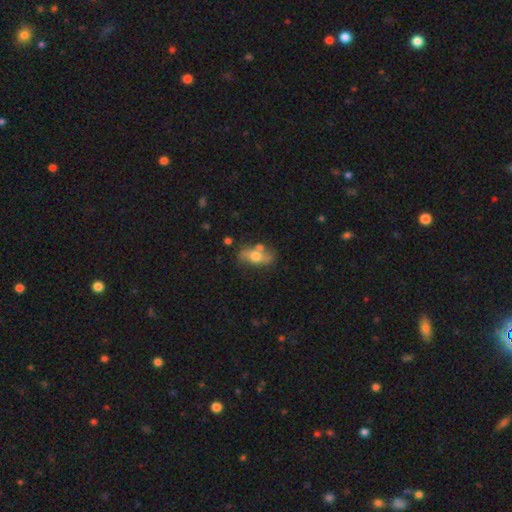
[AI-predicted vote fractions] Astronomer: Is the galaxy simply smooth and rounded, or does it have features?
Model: featured or disk — 48% (runner-up: smooth, 44%).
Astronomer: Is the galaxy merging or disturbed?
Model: none — 61%.